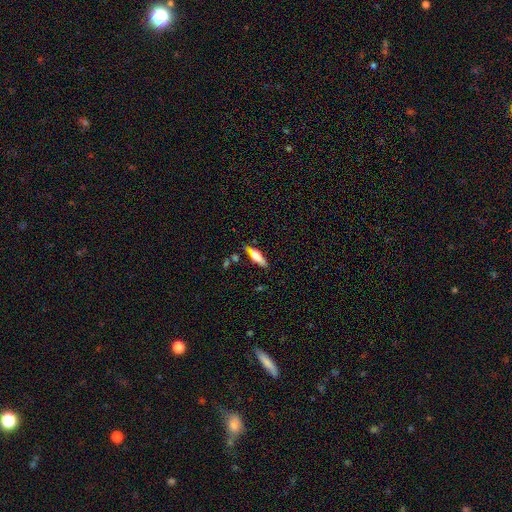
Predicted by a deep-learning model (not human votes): Smooth or featured? smooth (61%)
How rounded? cigar-shaped (56%)
Merging? none (69%)